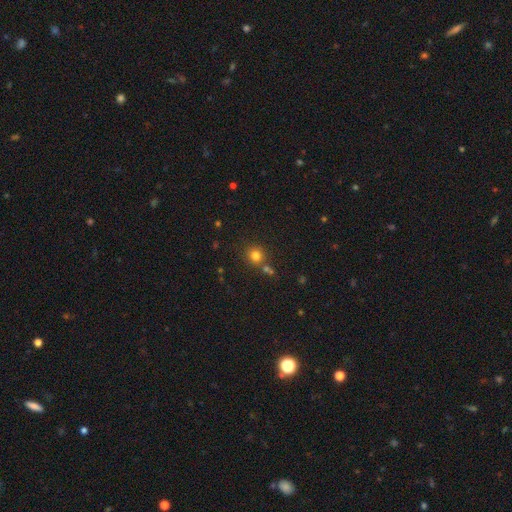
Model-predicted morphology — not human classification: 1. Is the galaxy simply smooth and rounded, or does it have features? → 78% smooth, 15% star or artifact, 7% featured or disk.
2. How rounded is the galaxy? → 87% round, 12% in between, 1% cigar-shaped.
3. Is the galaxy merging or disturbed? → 70% none, 16% merger, 10% minor disturbance, 4% major disturbance.